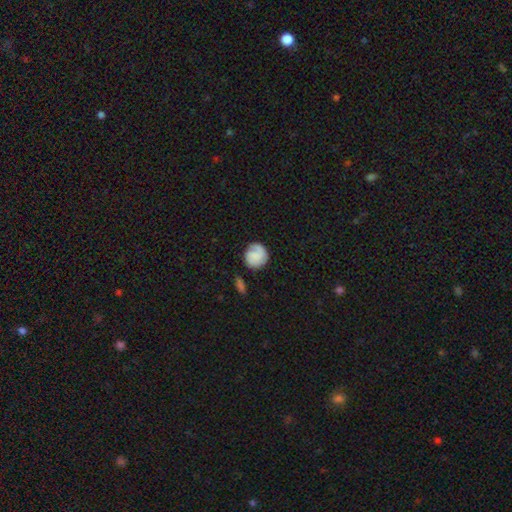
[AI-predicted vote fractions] Smooth or featured? Predicted: smooth (p=0.65). How rounded? Predicted: round (p=0.84). Merging? Predicted: none (p=0.69).